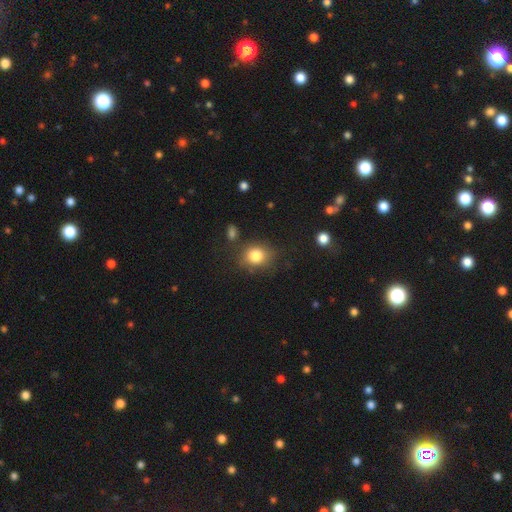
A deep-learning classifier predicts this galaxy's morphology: Smooth or featured?
  - smooth: 82% *
  - star or artifact: 10%
  - featured or disk: 8%
How rounded?
  - round: 65% *
  - in between: 34%
  - cigar-shaped: 1%
Merging?
  - none: 75% *
  - minor disturbance: 15%
  - major disturbance: 5%
  - merger: 5%